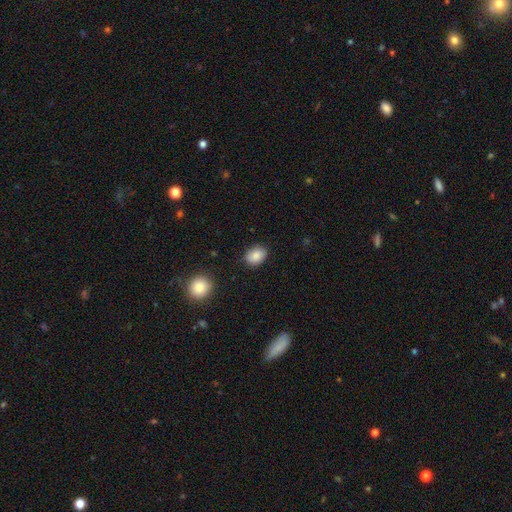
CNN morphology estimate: Smooth or featured? Predicted: smooth (p=0.87). How rounded? Predicted: in between (p=0.65). Merging? Predicted: none (p=0.84).